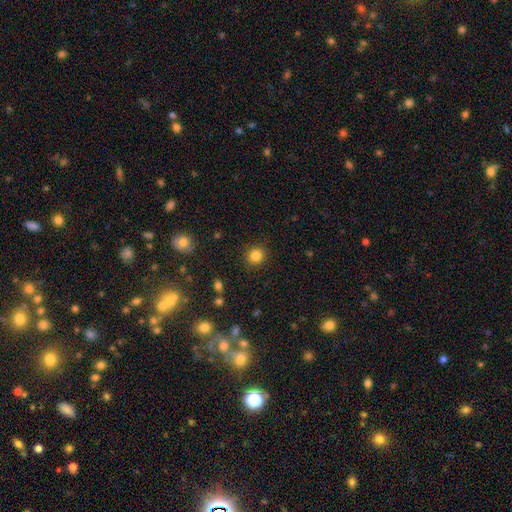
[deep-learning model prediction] This is clearly a smooth galaxy (84%). How rounded: clearly round (88%). Merging: clearly none (90%).